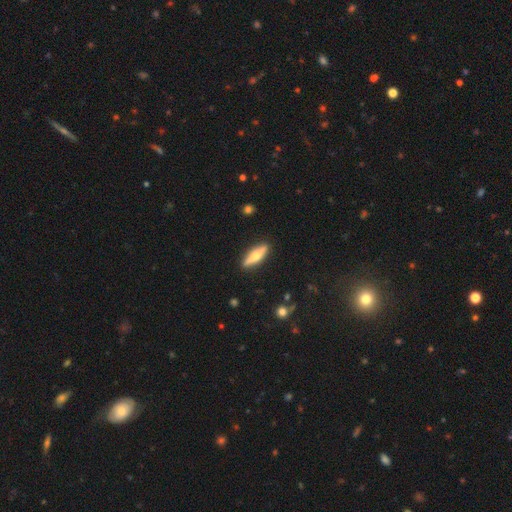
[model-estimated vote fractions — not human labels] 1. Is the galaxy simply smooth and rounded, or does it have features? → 52% featured or disk, 42% smooth, 6% star or artifact.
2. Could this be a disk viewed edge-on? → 92% yes, 8% no.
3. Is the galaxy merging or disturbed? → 89% none, 8% minor disturbance, 2% major disturbance, 1% merger.